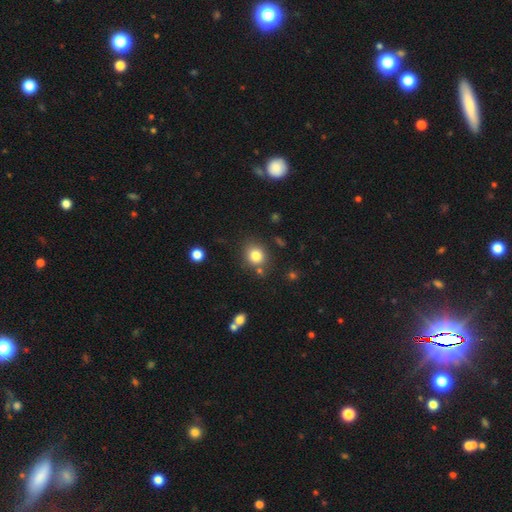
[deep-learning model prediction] Smooth or featured? smooth (82%)
How rounded? round (73%)
Merging? none (77%)